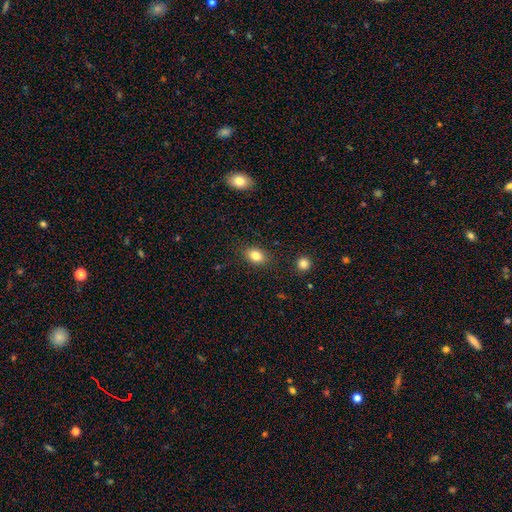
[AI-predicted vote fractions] smooth 83%, star or artifact 10%, featured or disk 7%. Down the decision tree: how rounded — in between (69%); merging — none (85%).